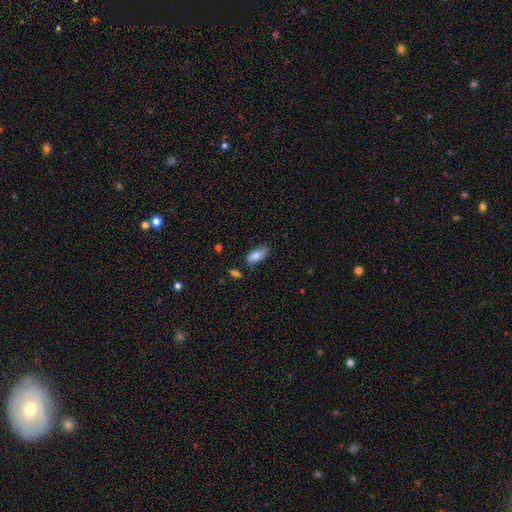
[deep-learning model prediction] A smooth galaxy with no disk features (84%) that is in between round and cigar-shaped (82%).

Vote fractions:
- Smooth or featured? smooth: 84% / featured or disk: 9% / star or artifact: 7%
- How rounded? in between: 82% / cigar-shaped: 16% / round: 2%
- Merging? none: 68% / minor disturbance: 23% / major disturbance: 5% / merger: 5%